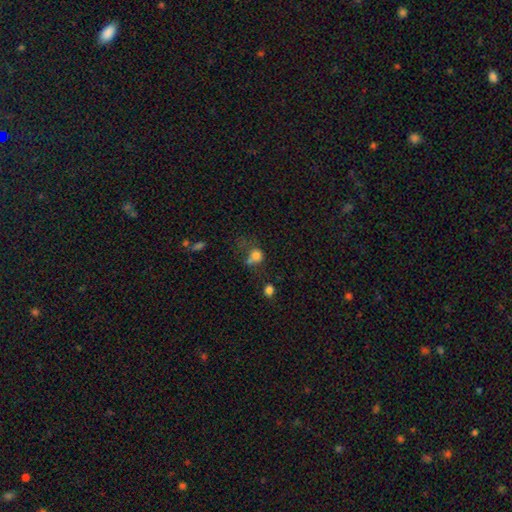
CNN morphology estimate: Smooth or featured?
  - smooth: 76% *
  - star or artifact: 13%
  - featured or disk: 11%
How rounded?
  - round: 68% *
  - in between: 31%
  - cigar-shaped: 1%
Merging?
  - none: 36% *
  - minor disturbance: 22%
  - merger: 21%
  - major disturbance: 21%